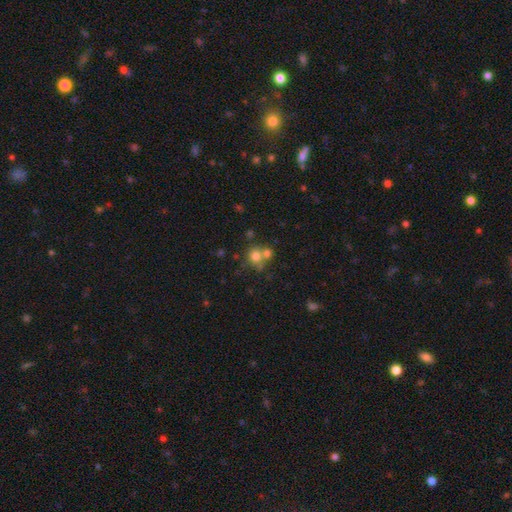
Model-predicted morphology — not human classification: Overall: smooth (72%). How rounded: round (85%). Merging: none (49%; merger 40%).